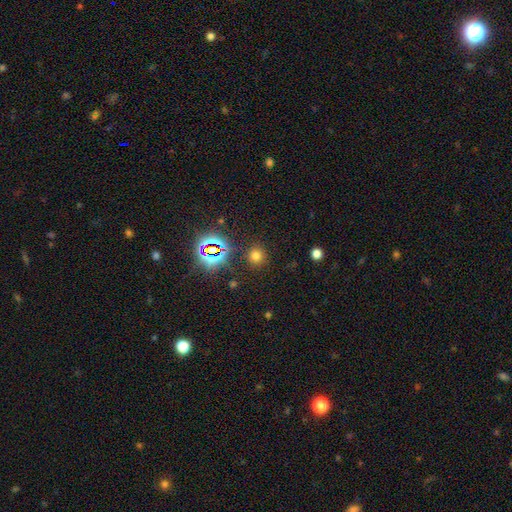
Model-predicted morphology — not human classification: This is likely a smooth galaxy (67%). How rounded: clearly round (91%). Merging: clearly none (87%).